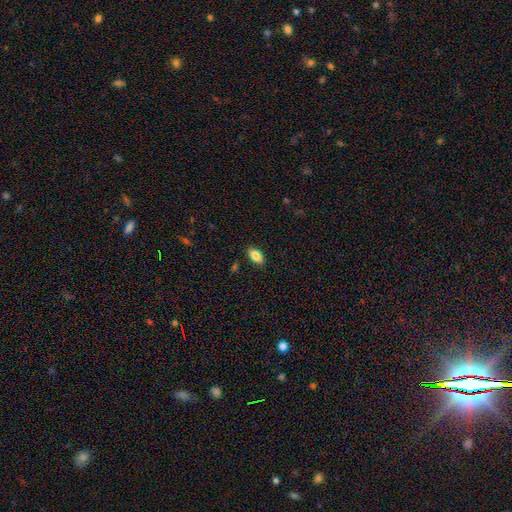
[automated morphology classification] Q: Smooth or featured?
A: smooth (85%); runner-up: star or artifact (8%)
Q: How rounded?
A: in between (92%); runner-up: round (5%)
Q: Merging?
A: none (87%); runner-up: minor disturbance (9%)